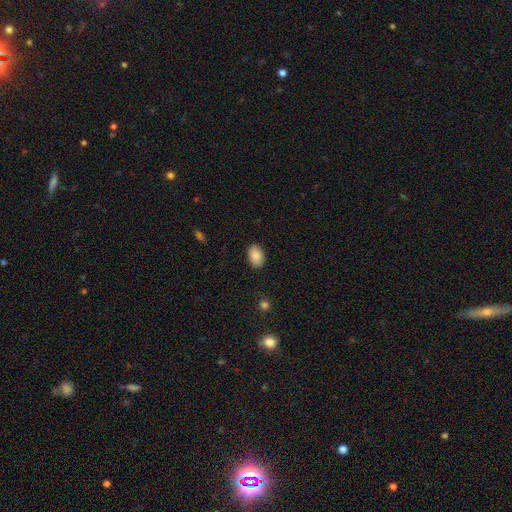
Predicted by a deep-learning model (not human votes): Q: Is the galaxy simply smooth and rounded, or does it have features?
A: smooth — 88%.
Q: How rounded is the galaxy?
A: in between — 88%.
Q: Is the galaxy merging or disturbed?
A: none — 88%.